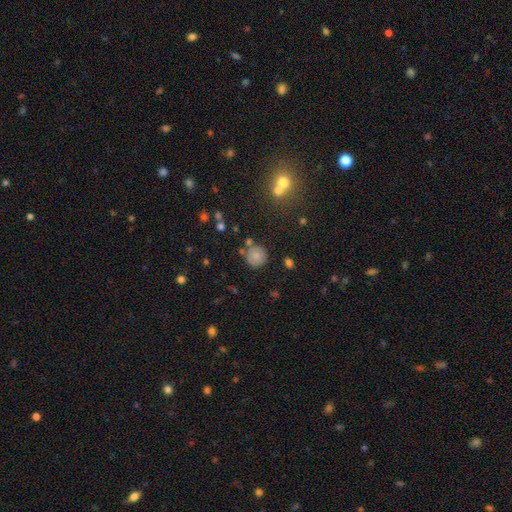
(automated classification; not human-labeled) A smooth galaxy with no disk features (80%) that is round (92%).

Vote fractions:
- Smooth or featured? smooth: 80% / star or artifact: 12% / featured or disk: 9%
- How rounded? round: 92% / in between: 7% / cigar-shaped: 1%
- Merging? none: 77% / minor disturbance: 13% / merger: 6% / major disturbance: 4%